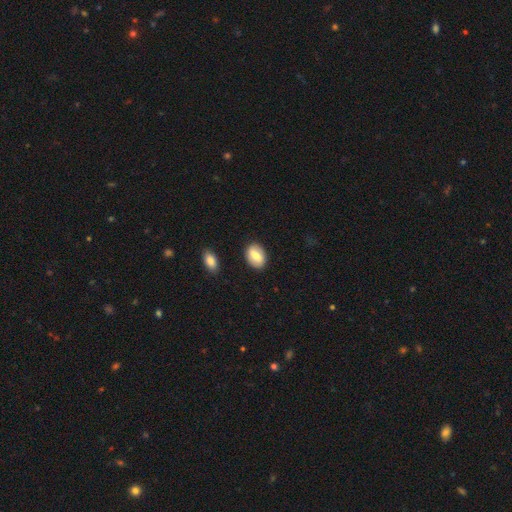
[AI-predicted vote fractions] Smooth or featured: smooth — 73% (featured or disk — 21%)
How rounded: in between — 82% (round — 16%)
Merging: none — 86% (minor disturbance — 10%)